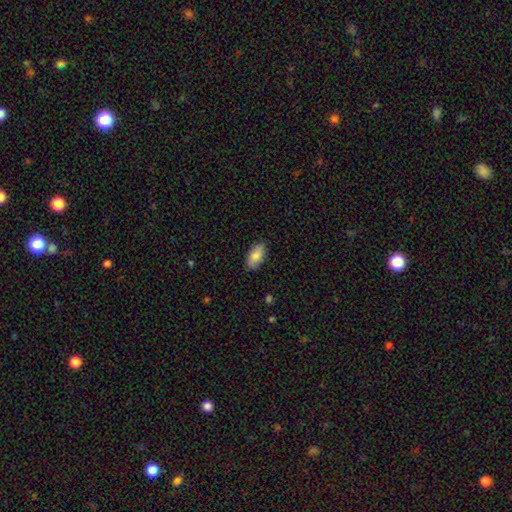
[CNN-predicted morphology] Smooth or featured? Predicted: smooth (p=0.86). How rounded? Predicted: in between (p=0.92). Merging? Predicted: none (p=0.87).